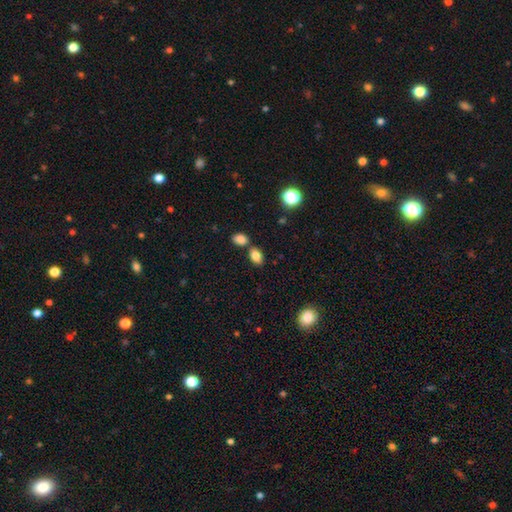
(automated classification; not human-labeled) smooth-or-featured: smooth: 83% | star or artifact: 10% | featured or disk: 7%
  how-rounded: in between: 85% | round: 13% | cigar-shaped: 2%
  merging: none: 65% | merger: 20% | minor disturbance: 11% | major disturbance: 3%